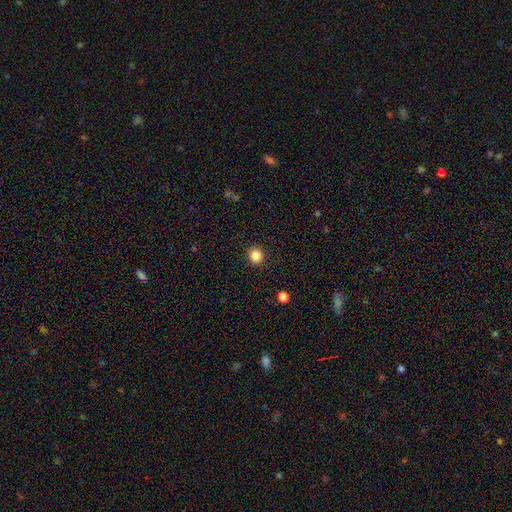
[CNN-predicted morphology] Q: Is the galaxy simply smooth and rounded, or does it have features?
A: smooth — 85%.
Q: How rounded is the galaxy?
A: round — 85%.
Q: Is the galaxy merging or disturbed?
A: none — 91%.